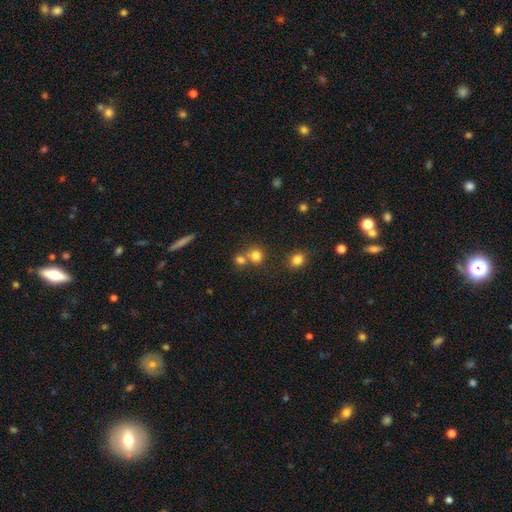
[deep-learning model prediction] A smooth galaxy with no disk features (78%) that is round (87%).

Vote fractions:
- Smooth or featured? smooth: 78% / star or artifact: 15% / featured or disk: 8%
- How rounded? round: 87% / in between: 12% / cigar-shaped: 1%
- Merging? none: 57% / merger: 33% / minor disturbance: 7% / major disturbance: 3%